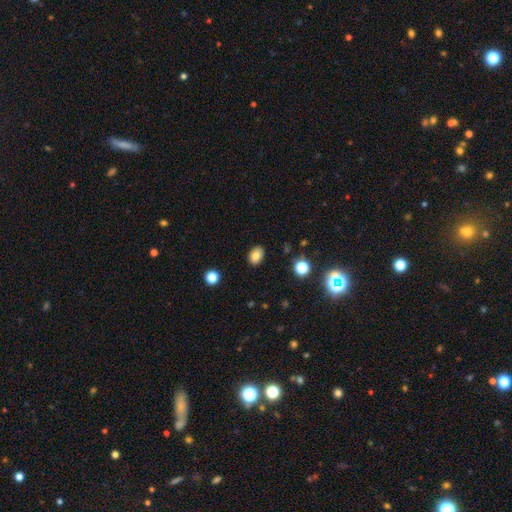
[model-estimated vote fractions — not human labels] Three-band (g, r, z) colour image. It shows a smooth galaxy with no disk features (81%) that is in between round and cigar-shaped (74%). Merging: none (88%).